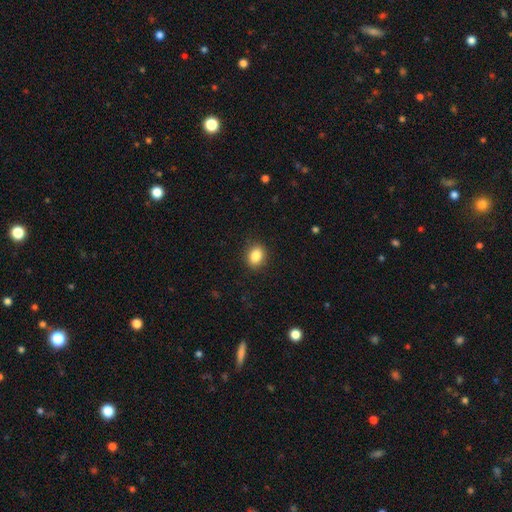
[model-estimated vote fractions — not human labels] smooth_or_featured: smooth (p=0.87) [alt: star or artifact p=0.09]
how_rounded: in between (p=0.57) [alt: round p=0.42]
merging: none (p=0.88) [alt: minor disturbance p=0.08]